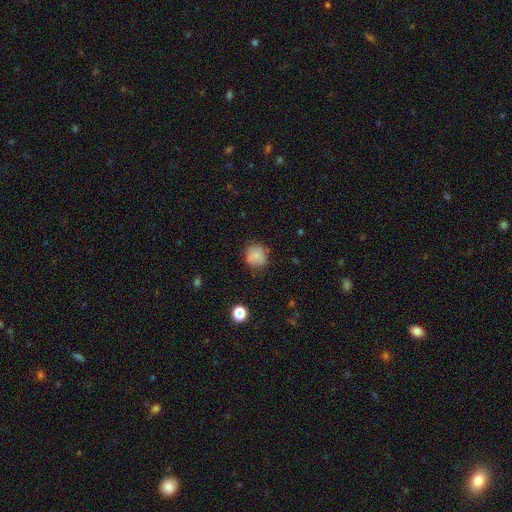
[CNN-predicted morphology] smooth_or_featured: smooth (p=0.79) [alt: featured or disk p=0.11]
how_rounded: round (p=0.85) [alt: in between p=0.14]
merging: none (p=0.71) [alt: minor disturbance p=0.21]